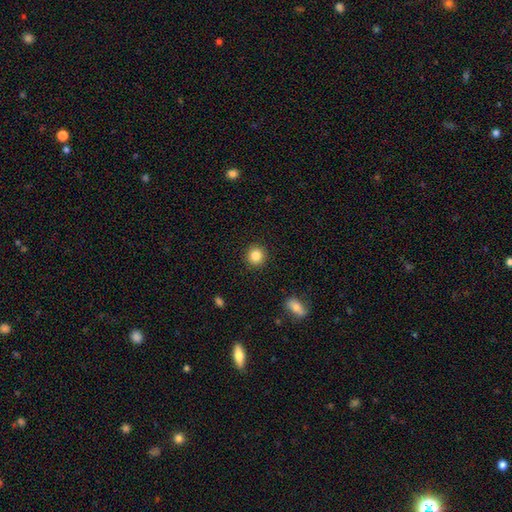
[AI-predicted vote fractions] A smooth galaxy with no disk features (85%) that is round (92%).

Vote fractions:
- Smooth or featured? smooth: 85% / star or artifact: 9% / featured or disk: 5%
- How rounded? round: 92% / in between: 7% / cigar-shaped: 1%
- Merging? none: 92% / minor disturbance: 5% / major disturbance: 2% / merger: 1%